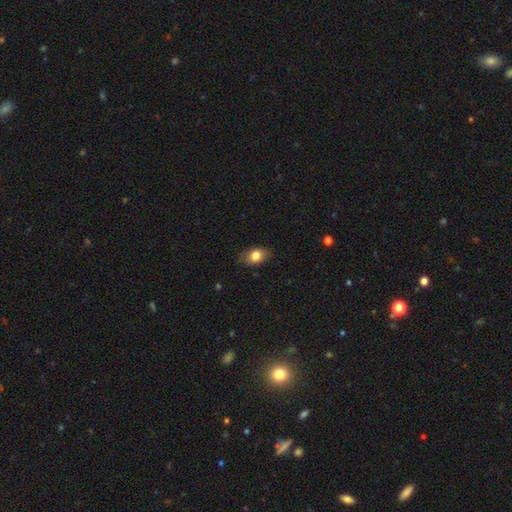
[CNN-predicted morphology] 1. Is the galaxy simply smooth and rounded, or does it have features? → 80% smooth, 13% featured or disk, 8% star or artifact.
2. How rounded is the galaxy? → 84% in between, 14% round, 2% cigar-shaped.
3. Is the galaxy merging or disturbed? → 79% none, 17% minor disturbance, 3% major disturbance, 1% merger.